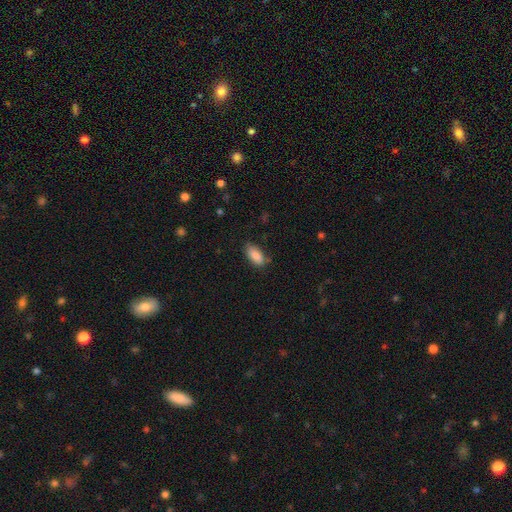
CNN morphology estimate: Smooth or featured: smooth — 88% (star or artifact — 7%)
How rounded: in between — 89% (cigar-shaped — 9%)
Merging: none — 78% (minor disturbance — 17%)